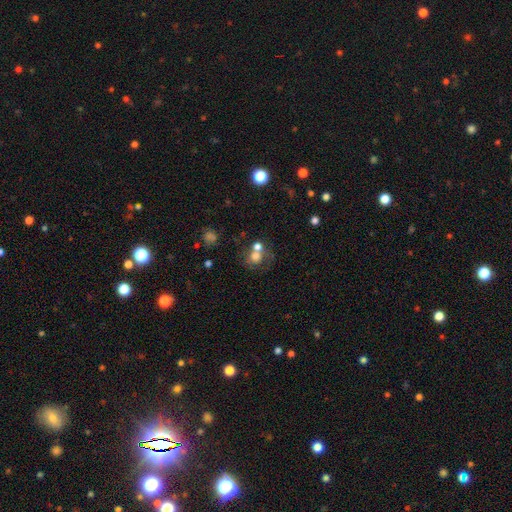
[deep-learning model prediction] This is likely a smooth galaxy (67%). How rounded: likely round (77%). Merging: marginally merger (43%).